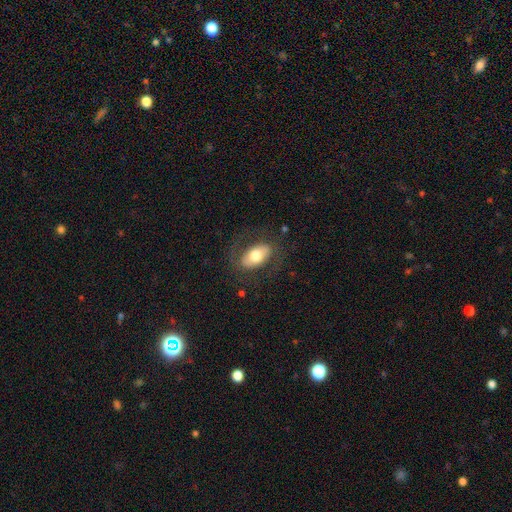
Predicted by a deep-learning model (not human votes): This appears to be a smooth galaxy with no disk features (58%) that is in between round and cigar-shaped (91%). Merging: none (74%).